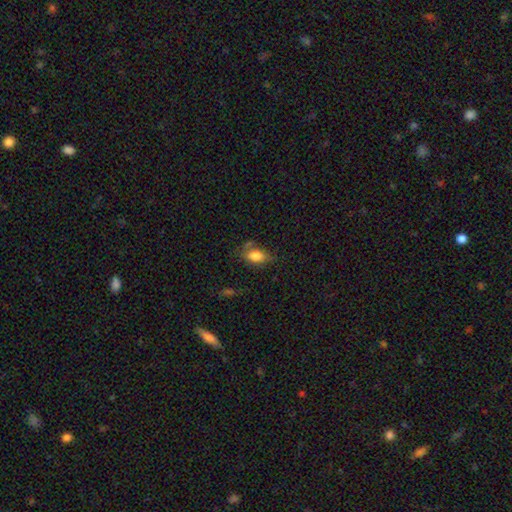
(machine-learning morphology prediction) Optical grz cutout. It shows a smooth galaxy with no disk features (78%) that is in between round and cigar-shaped (88%). Merging: none (56%).